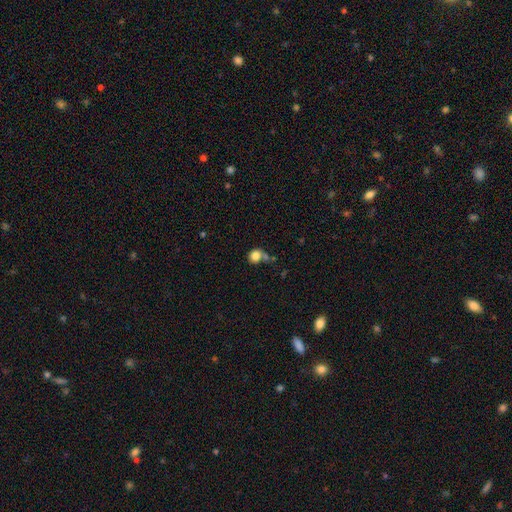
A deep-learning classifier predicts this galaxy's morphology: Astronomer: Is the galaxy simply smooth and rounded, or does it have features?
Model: smooth — 82%.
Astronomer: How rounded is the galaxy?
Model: round — 80%.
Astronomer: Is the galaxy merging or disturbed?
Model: none — 53%.